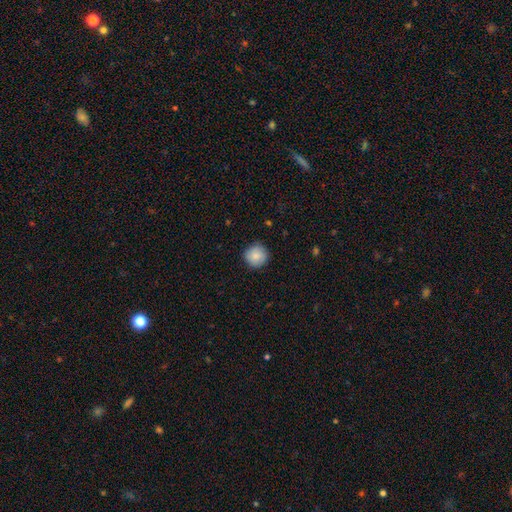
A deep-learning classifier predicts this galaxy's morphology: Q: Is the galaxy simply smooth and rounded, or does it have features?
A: smooth — 86%.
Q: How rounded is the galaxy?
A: round — 94%.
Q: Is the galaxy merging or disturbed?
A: none — 87%.